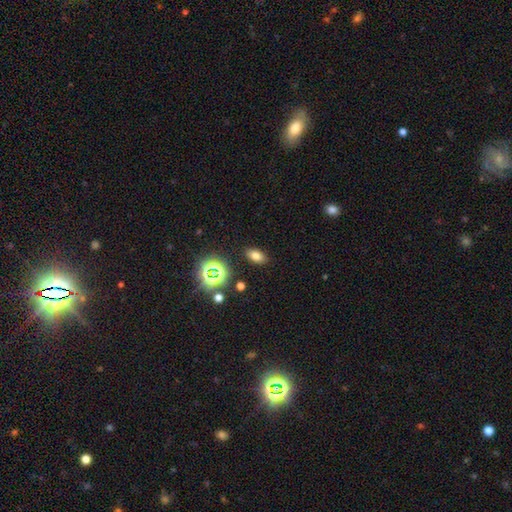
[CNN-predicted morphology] smooth 68%, star or artifact 21%, featured or disk 11%. Down the decision tree: how rounded — in between (86%); merging — none (87%).